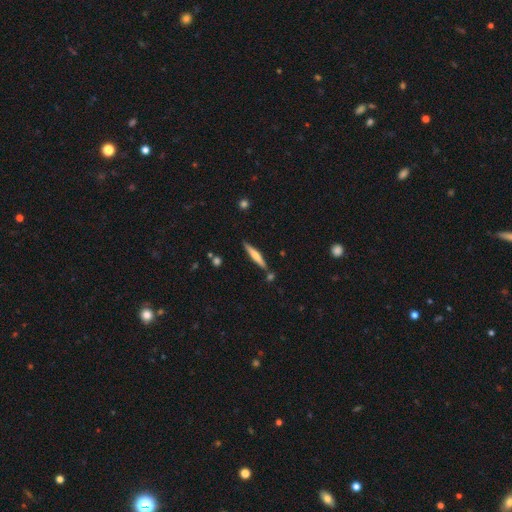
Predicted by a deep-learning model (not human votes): A smooth galaxy with no disk features (48%). Merging: none (84%).